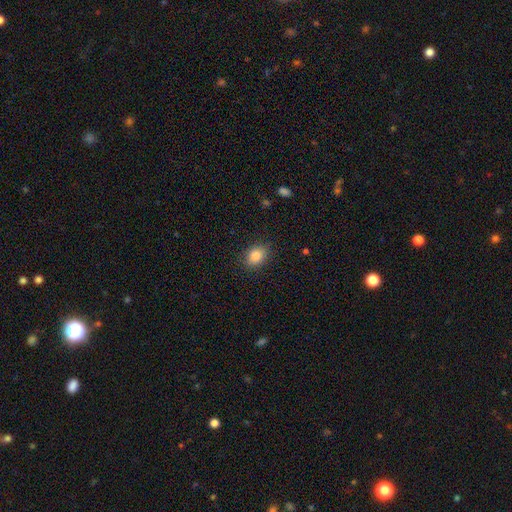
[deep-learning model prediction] The model was most divided on "how rounded": in between: 60%, round: 39%, cigar-shaped: 1%. More confident: merging — none (86%); smooth or featured — smooth (83%).